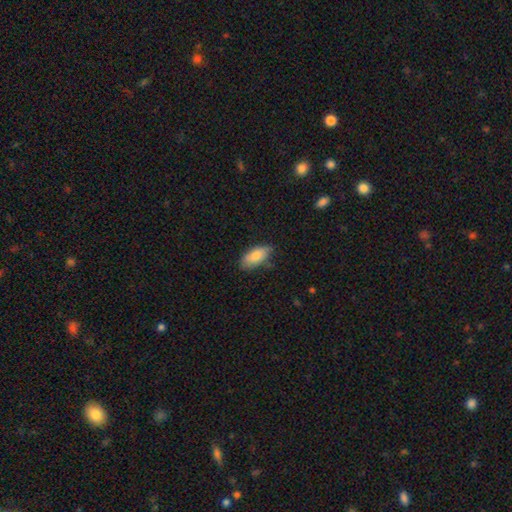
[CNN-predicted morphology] This appears to be a smooth galaxy with no disk features (80%) that is in between round and cigar-shaped (88%). Merging: none (67%).